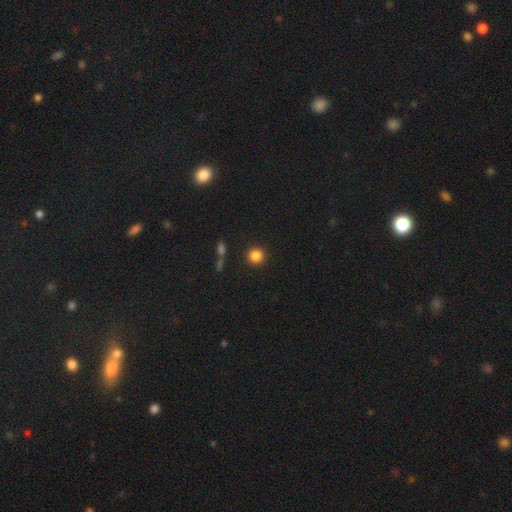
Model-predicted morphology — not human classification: The model was most divided on "smooth or featured": smooth: 84%, star or artifact: 11%, featured or disk: 4%. More confident: how rounded — round (94%); merging — none (90%).